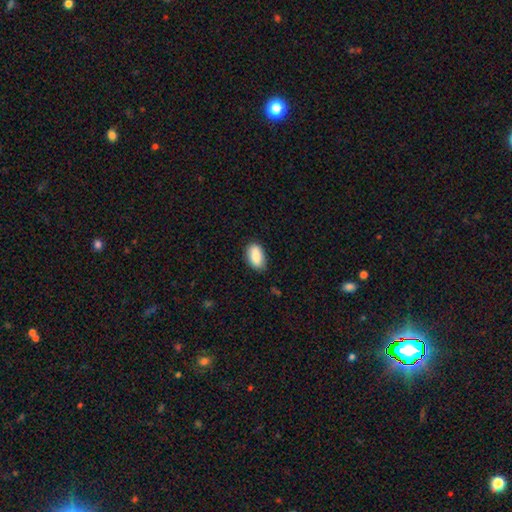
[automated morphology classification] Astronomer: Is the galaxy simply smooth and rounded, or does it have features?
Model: smooth — 88%.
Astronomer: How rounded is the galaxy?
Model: in between — 92%.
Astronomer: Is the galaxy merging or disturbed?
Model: none — 81%.